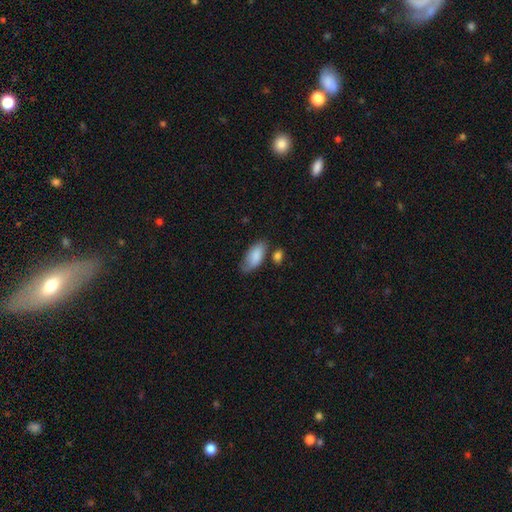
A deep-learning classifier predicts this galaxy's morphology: Overall: smooth (83%). How rounded: in between (91%). Merging: none (56%; minor disturbance 27%).